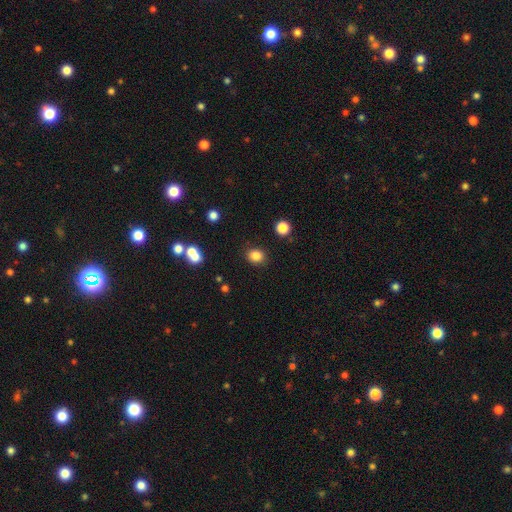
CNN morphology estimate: smooth_or_featured: smooth (p=0.83) [alt: star or artifact p=0.12]
how_rounded: round (p=0.62) [alt: in between p=0.37]
merging: none (p=0.87) [alt: minor disturbance p=0.08]